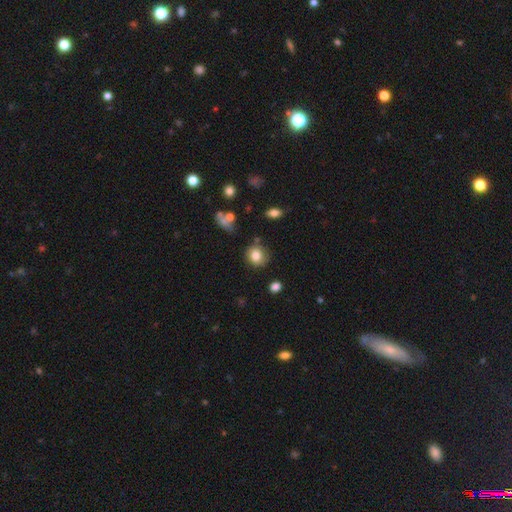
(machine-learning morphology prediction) A smooth galaxy with no disk features (82%) that is round (78%).

Vote fractions:
- Smooth or featured? smooth: 82% / star or artifact: 10% / featured or disk: 9%
- How rounded? round: 78% / in between: 21% / cigar-shaped: 1%
- Merging? none: 77% / minor disturbance: 15% / merger: 4% / major disturbance: 4%